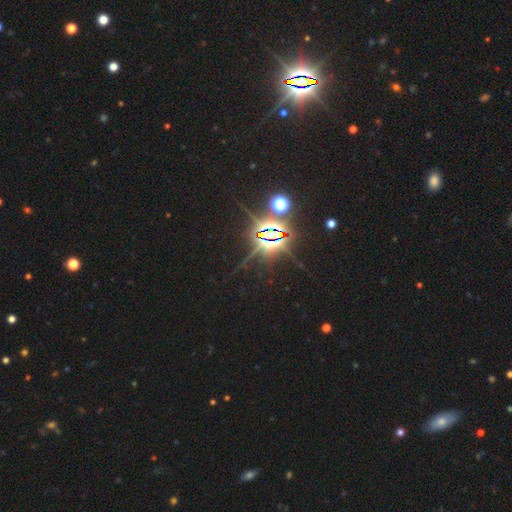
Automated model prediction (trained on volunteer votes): star or artifact 87%, smooth 7%, featured or disk 6%.